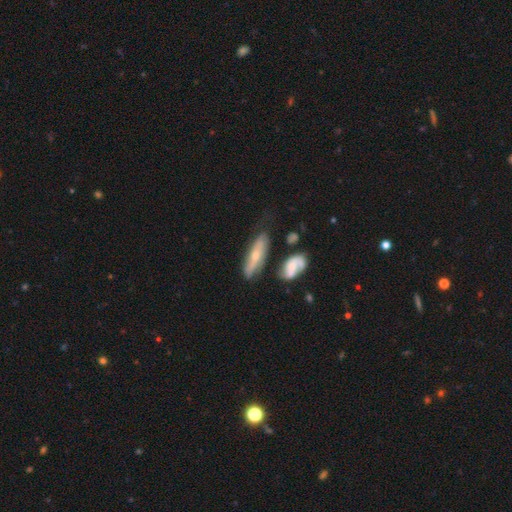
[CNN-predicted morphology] Smooth or featured?
  - featured or disk: 52% *
  - smooth: 42%
  - star or artifact: 7%
Edge-on disk?
  - yes: 51% *
  - no: 49%
Merging?
  - none: 64% *
  - minor disturbance: 22%
  - merger: 7%
  - major disturbance: 7%